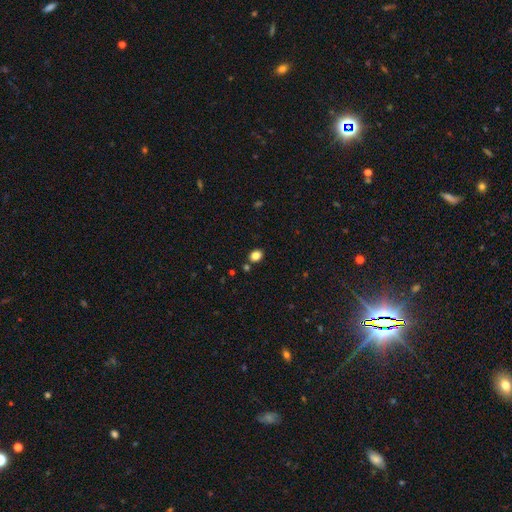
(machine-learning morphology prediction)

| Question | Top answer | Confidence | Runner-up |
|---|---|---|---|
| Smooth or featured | smooth | 84% | star or artifact (12%) |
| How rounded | in between | 51% | round (49%) |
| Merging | none | 81% | minor disturbance (9%) |